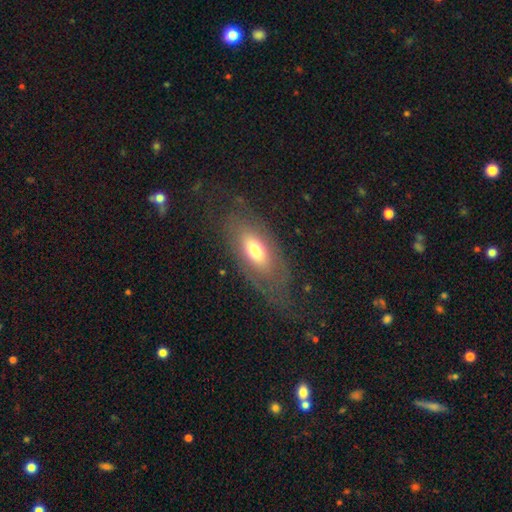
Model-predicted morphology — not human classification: Smooth or featured? Predicted: featured or disk (p=0.51). Edge-on disk? Predicted: no (p=0.75). Merging? Predicted: none (p=0.71).